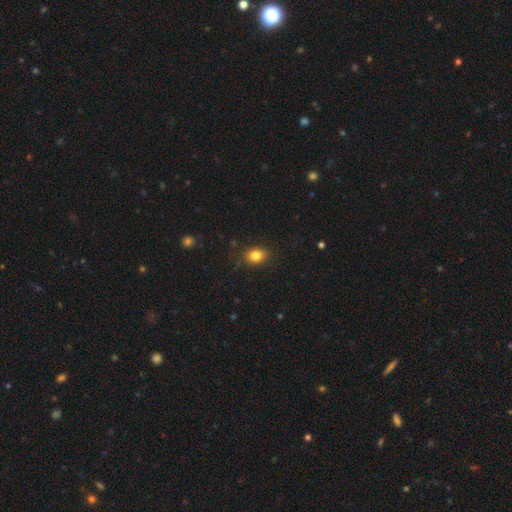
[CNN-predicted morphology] Smooth or featured: smooth — 83% (star or artifact — 11%)
How rounded: in between — 61% (round — 37%)
Merging: none — 84% (minor disturbance — 12%)